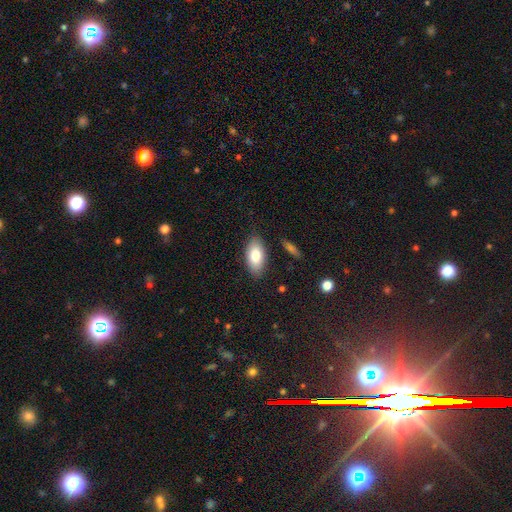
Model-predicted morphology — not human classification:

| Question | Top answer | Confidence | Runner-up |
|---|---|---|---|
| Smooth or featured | smooth | 79% | featured or disk (15%) |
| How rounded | in between | 92% | cigar-shaped (5%) |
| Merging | none | 85% | minor disturbance (11%) |